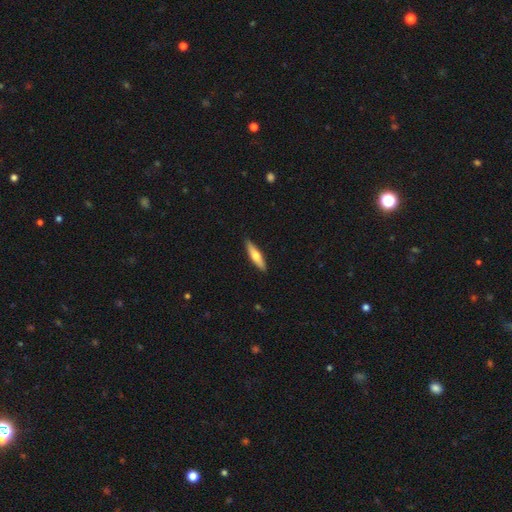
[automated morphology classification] smooth-or-featured: smooth: 52% | featured or disk: 42% | star or artifact: 5%
  how-rounded: cigar-shaped: 79% | in between: 19% | round: 2%
  merging: none: 90% | minor disturbance: 8% | major disturbance: 1% | merger: 1%